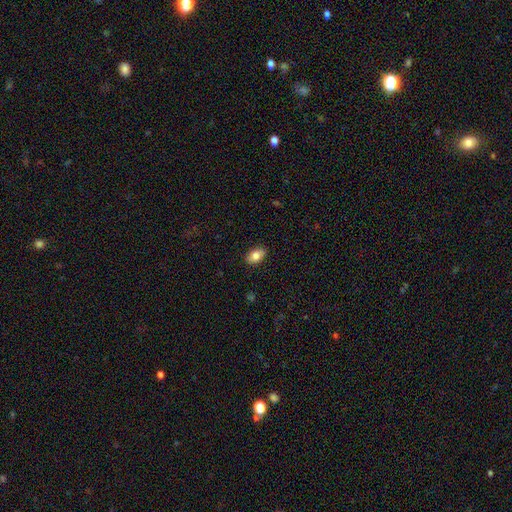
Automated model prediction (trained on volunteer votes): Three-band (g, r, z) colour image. It shows a smooth galaxy with no disk features (82%) that is in between round and cigar-shaped (88%). Merging: none (87%).